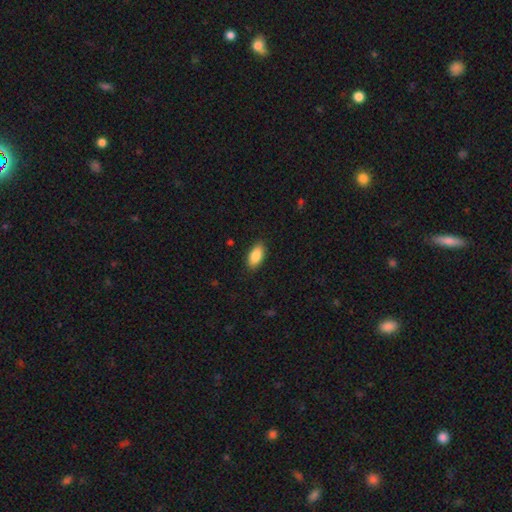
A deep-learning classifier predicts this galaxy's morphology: Smooth or featured: smooth — 87% (star or artifact — 6%)
How rounded: in between — 92% (cigar-shaped — 6%)
Merging: none — 88% (minor disturbance — 9%)